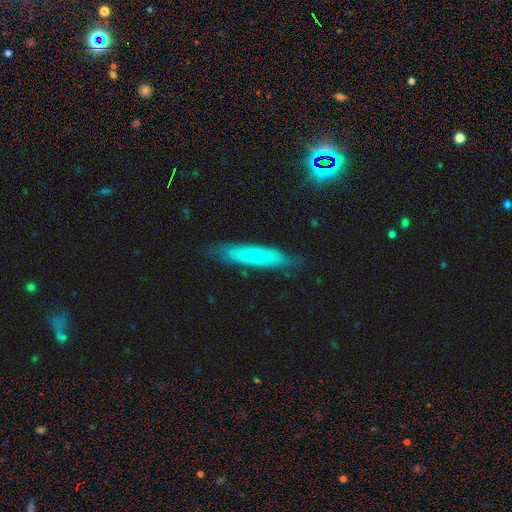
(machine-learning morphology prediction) Smooth or featured? smooth (49%)
Merging? none (78%)